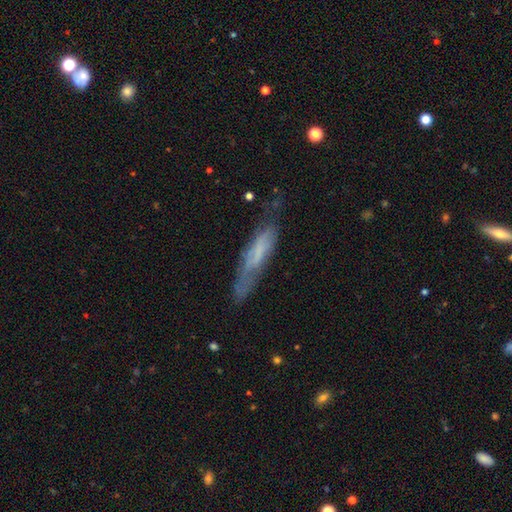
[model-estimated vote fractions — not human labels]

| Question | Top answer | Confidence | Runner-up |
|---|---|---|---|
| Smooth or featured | featured or disk | 46% | smooth (44%) |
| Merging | none | 60% | minor disturbance (26%) |